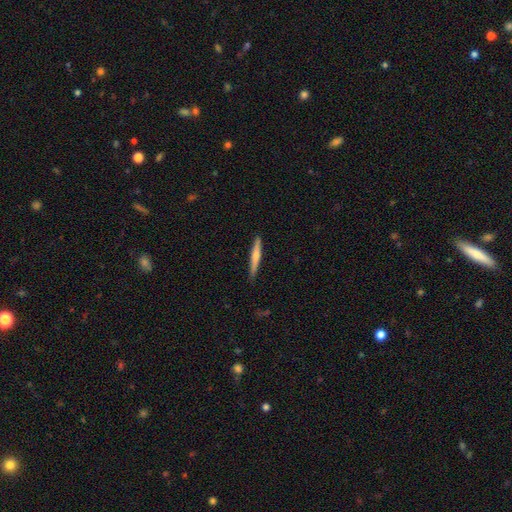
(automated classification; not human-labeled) This is possibly a smooth galaxy (55%). How rounded: clearly cigar-shaped (95%). Merging: clearly none (89%).